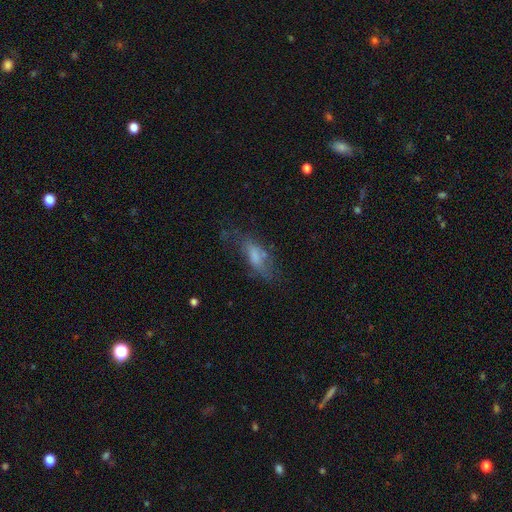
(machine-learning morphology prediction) Overall: smooth (57%; featured or disk 32%). How rounded: in between (65%; cigar-shaped 32%). Merging: none (44%; minor disturbance 26%).